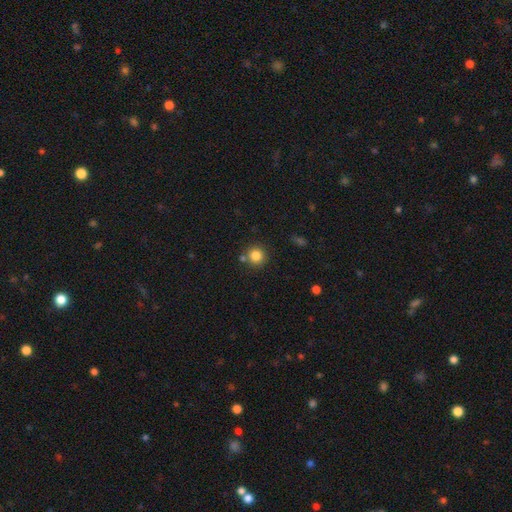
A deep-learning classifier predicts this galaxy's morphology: A smooth galaxy with no disk features (83%) that is round (92%).

Vote fractions:
- Smooth or featured? smooth: 83% / star or artifact: 11% / featured or disk: 6%
- How rounded? round: 92% / in between: 7% / cigar-shaped: 1%
- Merging? none: 77% / merger: 11% / minor disturbance: 9% / major disturbance: 3%